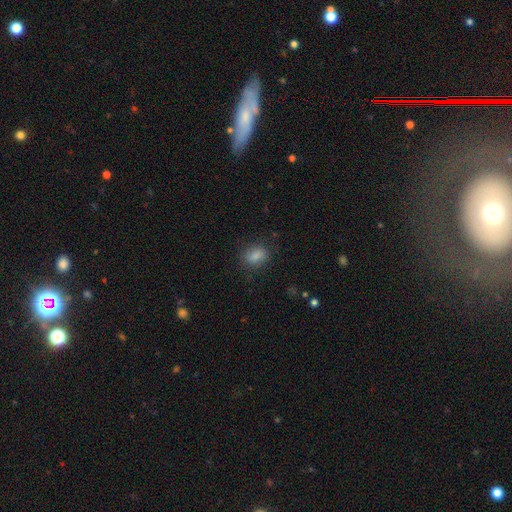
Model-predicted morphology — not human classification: This appears to be a smooth galaxy with no disk features (84%) that is in between round and cigar-shaped (71%). Merging: none (77%).